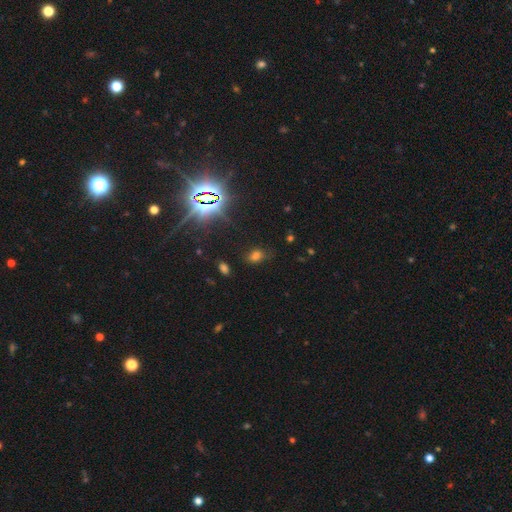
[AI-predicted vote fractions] smooth-or-featured: smooth: 61% | star or artifact: 31% | featured or disk: 7%
  how-rounded: in between: 74% | round: 23% | cigar-shaped: 2%
  merging: none: 72% | minor disturbance: 18% | major disturbance: 7% | merger: 3%